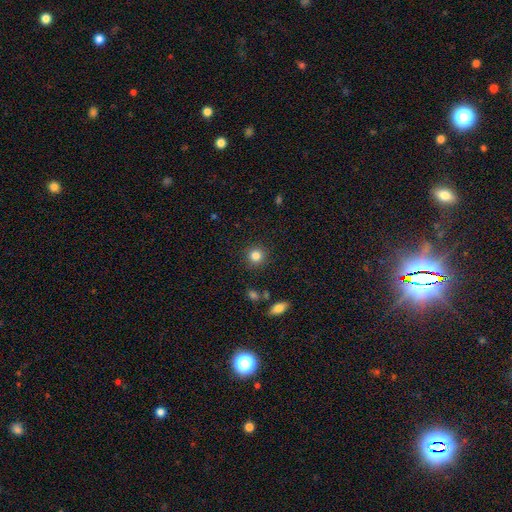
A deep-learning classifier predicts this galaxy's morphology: type=smooth (83%); roundness=round (92%); merging=none (90%).